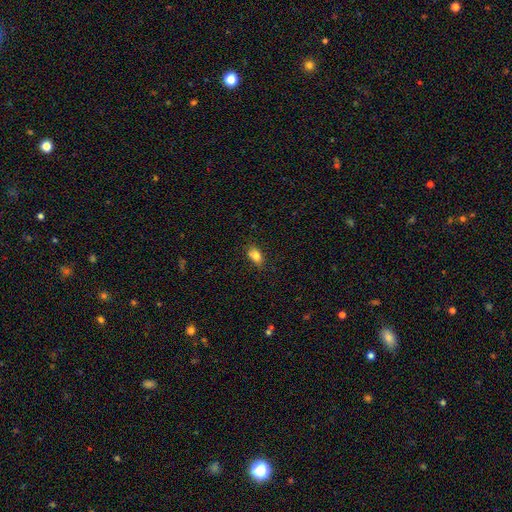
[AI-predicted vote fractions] smooth_or_featured: smooth (p=0.81) [alt: star or artifact p=0.10]
how_rounded: in between (p=0.84) [alt: round p=0.11]
merging: none (p=0.74) [alt: minor disturbance p=0.18]